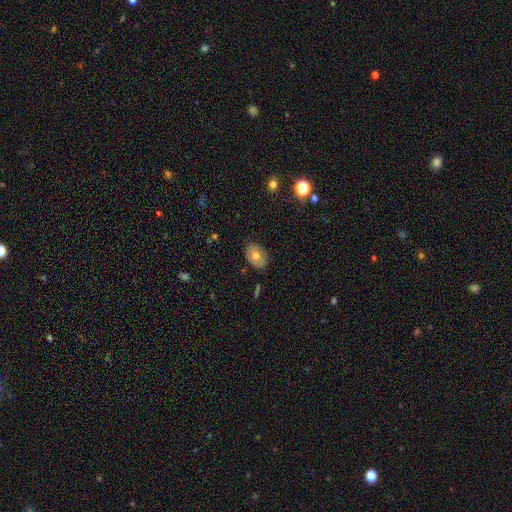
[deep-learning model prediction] Q: Smooth or featured?
A: smooth (63%); runner-up: featured or disk (29%)
Q: How rounded?
A: in between (74%); runner-up: round (25%)
Q: Merging?
A: none (79%); runner-up: minor disturbance (16%)